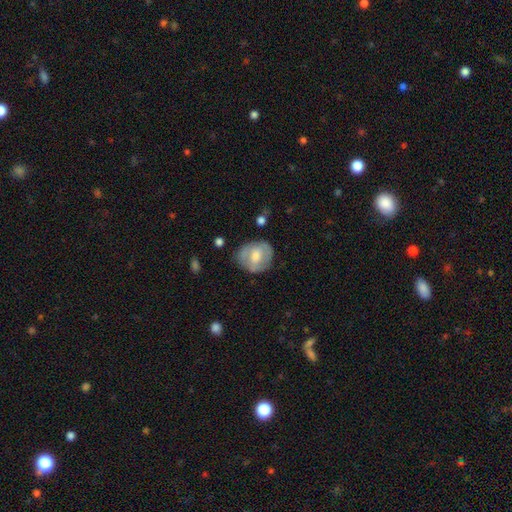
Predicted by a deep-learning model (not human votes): The model was most divided on "smooth or featured": smooth: 50%, featured or disk: 43%, star or artifact: 7%. More confident: merging — none (71%); how rounded — round (65%).